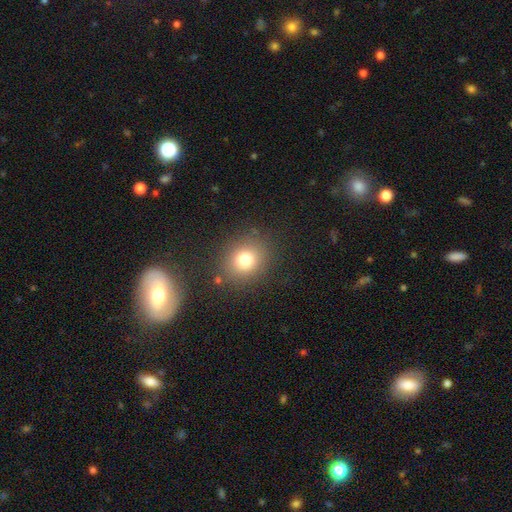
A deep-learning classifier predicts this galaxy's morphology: The model was most divided on "smooth or featured": smooth: 58%, star or artifact: 28%, featured or disk: 14%. More confident: merging — none (84%); how rounded — round (81%).